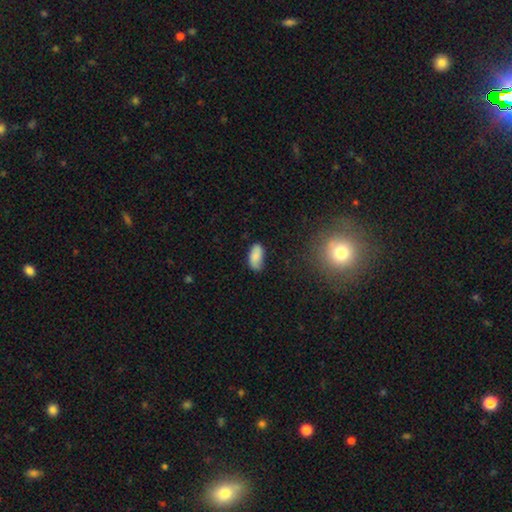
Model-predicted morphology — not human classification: This is clearly a smooth galaxy (81%). How rounded: clearly in between (92%). Merging: likely none (69%).